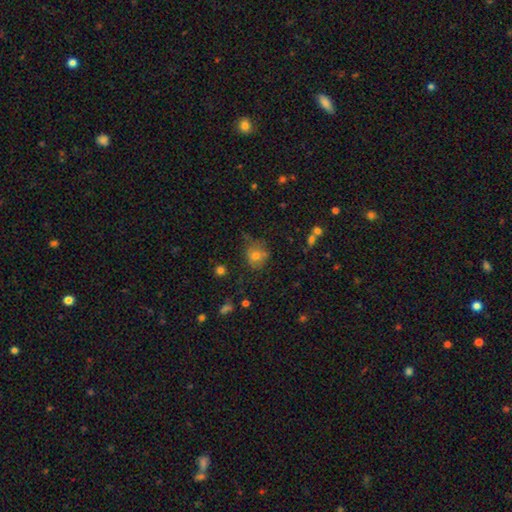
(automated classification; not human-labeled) Q: Smooth or featured?
A: smooth (72%); runner-up: star or artifact (14%)
Q: How rounded?
A: round (75%); runner-up: in between (24%)
Q: Merging?
A: none (61%); runner-up: minor disturbance (23%)